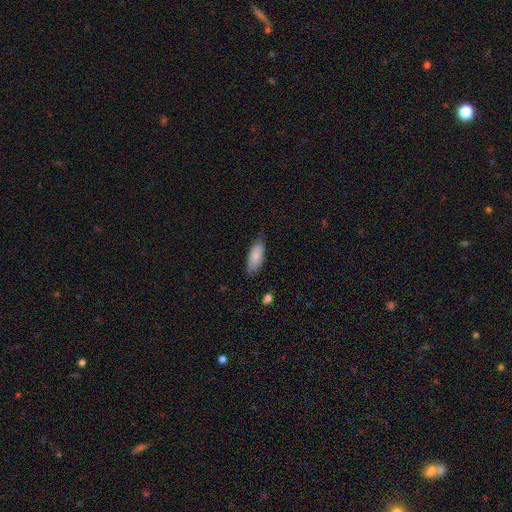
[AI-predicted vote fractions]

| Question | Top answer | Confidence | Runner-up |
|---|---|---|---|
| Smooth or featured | smooth | 86% | featured or disk (8%) |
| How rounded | in between | 80% | cigar-shaped (18%) |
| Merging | none | 70% | minor disturbance (24%) |